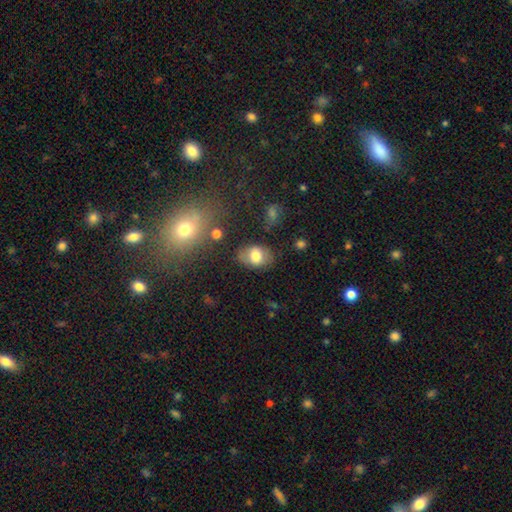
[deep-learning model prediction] Smooth or featured: smooth — 72% (featured or disk — 19%)
How rounded: in between — 75% (round — 24%)
Merging: none — 75% (minor disturbance — 17%)